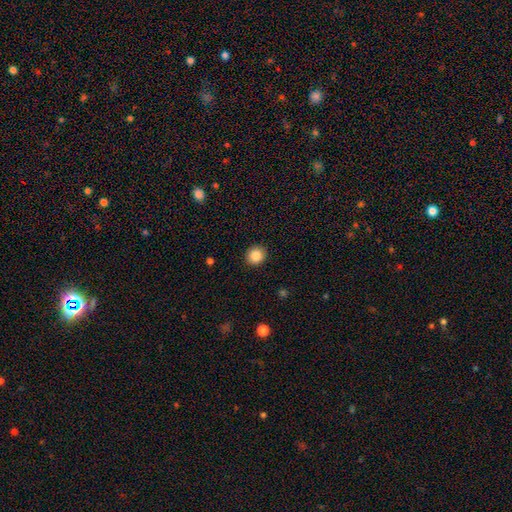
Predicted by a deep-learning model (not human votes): This appears to be a smooth galaxy with no disk features (86%) that is round (86%). Merging: none (91%).